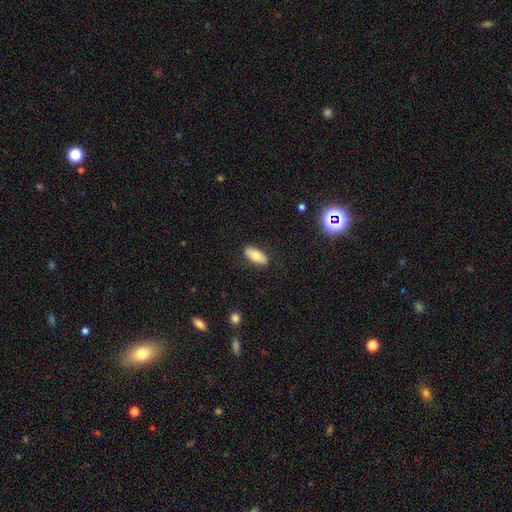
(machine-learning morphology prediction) smooth_or_featured: smooth (p=0.74) [alt: featured or disk p=0.19]
how_rounded: in between (p=0.86) [alt: cigar-shaped p=0.11]
merging: none (p=0.86) [alt: minor disturbance p=0.11]